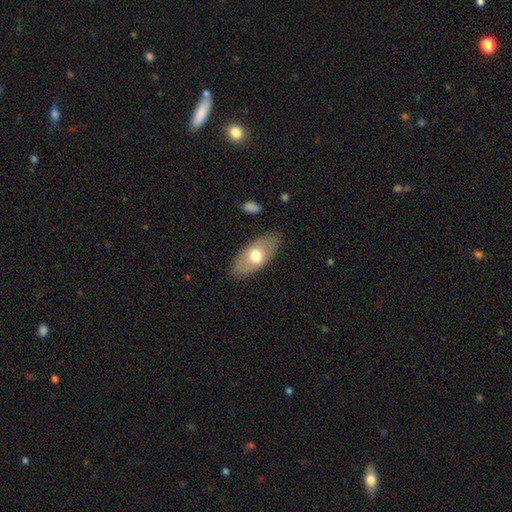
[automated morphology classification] A smooth galaxy with no disk features (60%) that is in between round and cigar-shaped (91%).

Vote fractions:
- Smooth or featured? smooth: 60% / featured or disk: 35% / star or artifact: 6%
- How rounded? in between: 91% / cigar-shaped: 6% / round: 3%
- Merging? none: 84% / minor disturbance: 12% / major disturbance: 3% / merger: 1%